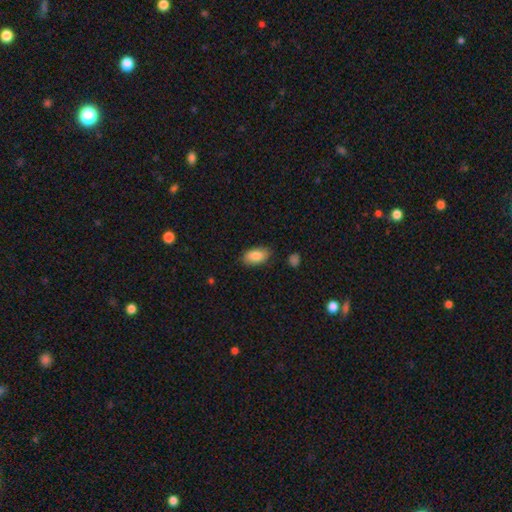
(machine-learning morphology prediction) This appears to be a smooth galaxy with no disk features (86%) that is in between round and cigar-shaped (93%). Merging: none (81%).